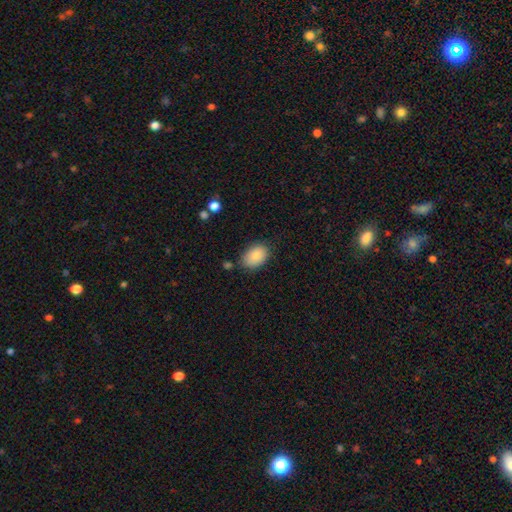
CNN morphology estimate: smooth_or_featured: smooth (p=0.87) [alt: star or artifact p=0.07]
how_rounded: in between (p=0.86) [alt: round p=0.13]
merging: none (p=0.78) [alt: minor disturbance p=0.16]